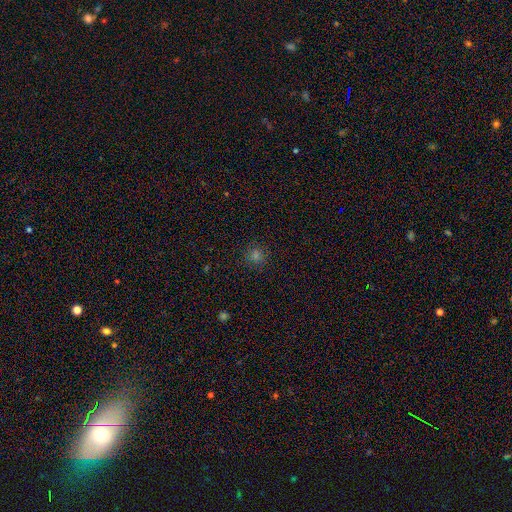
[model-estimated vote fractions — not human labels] Overall: smooth (71%). How rounded: round (92%). Merging: none (89%).